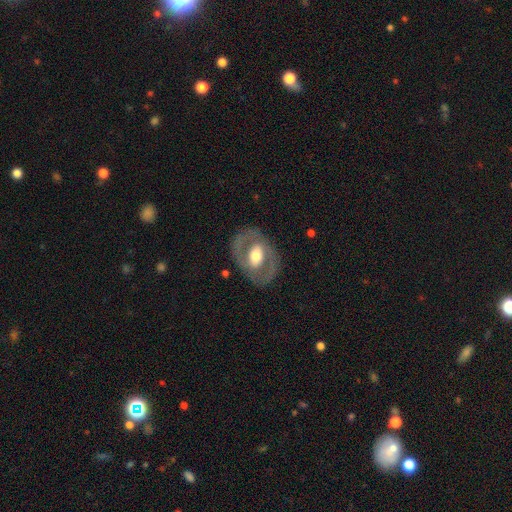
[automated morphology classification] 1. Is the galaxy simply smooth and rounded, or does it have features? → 67% featured or disk, 28% smooth, 5% star or artifact.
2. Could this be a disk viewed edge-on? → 94% no, 6% yes.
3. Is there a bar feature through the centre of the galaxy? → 37% no, 35% weak, 28% strong.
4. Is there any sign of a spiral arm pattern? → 54% no, 46% yes.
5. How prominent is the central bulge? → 60% moderate, 27% large, 10% small, 2% dominant, 1% none.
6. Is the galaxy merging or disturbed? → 78% none, 13% minor disturbance, 8% major disturbance, 1% merger.